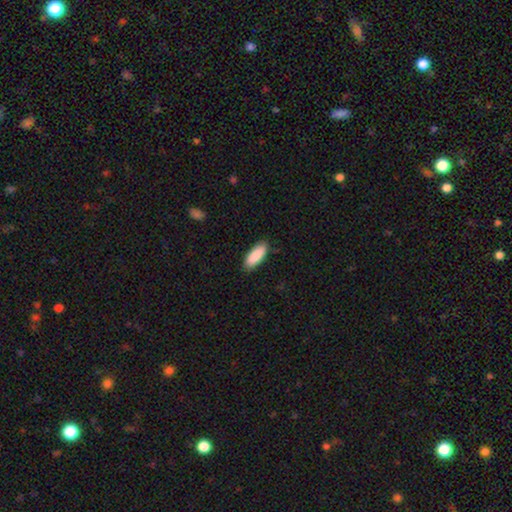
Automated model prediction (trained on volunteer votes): Smooth or featured? smooth (90%)
How rounded? in between (76%)
Merging? none (87%)